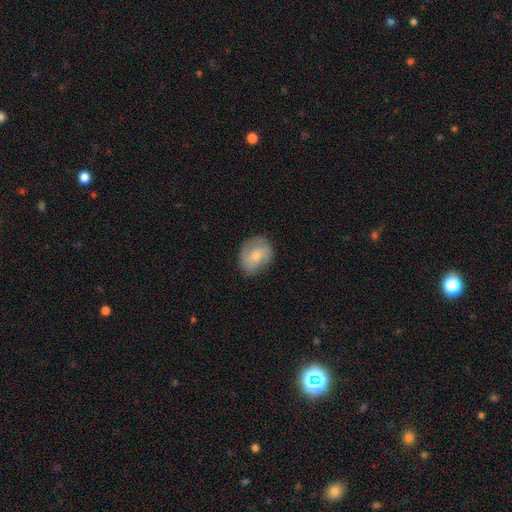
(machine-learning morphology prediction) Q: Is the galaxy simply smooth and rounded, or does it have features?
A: smooth — 60%.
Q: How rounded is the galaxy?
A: round — 57%.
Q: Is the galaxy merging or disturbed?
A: none — 74%.